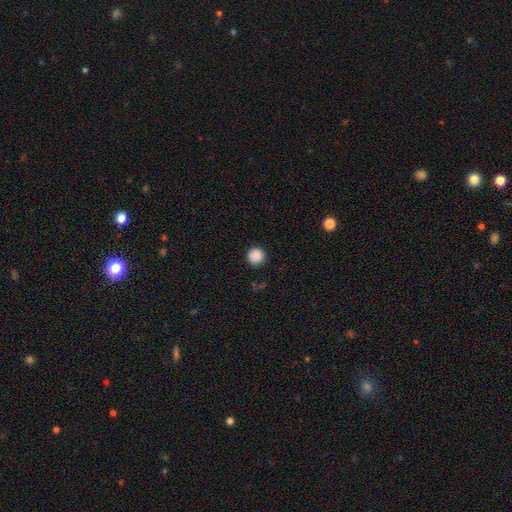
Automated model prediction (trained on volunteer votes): A smooth galaxy with no disk features (88%) that is round (96%).

Vote fractions:
- Smooth or featured? smooth: 88% / star or artifact: 9% / featured or disk: 2%
- How rounded? round: 96% / in between: 3% / cigar-shaped: 1%
- Merging? none: 91% / minor disturbance: 6% / major disturbance: 2% / merger: 1%